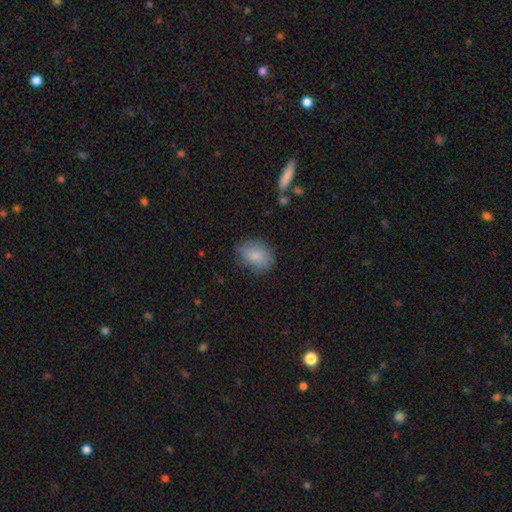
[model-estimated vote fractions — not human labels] Smooth or featured?
  - smooth: 83% *
  - featured or disk: 9%
  - star or artifact: 8%
How rounded?
  - in between: 67% *
  - round: 32%
  - cigar-shaped: 1%
Merging?
  - none: 74% *
  - minor disturbance: 20%
  - major disturbance: 5%
  - merger: 1%